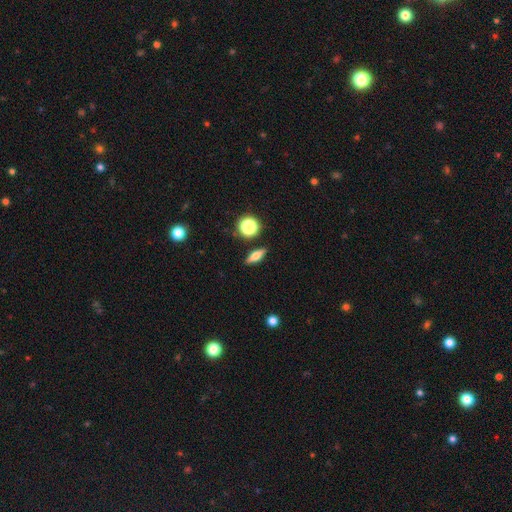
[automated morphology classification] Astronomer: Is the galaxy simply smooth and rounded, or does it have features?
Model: smooth — 54% (runner-up: featured or disk, 36%).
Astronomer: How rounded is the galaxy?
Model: in between — 44% (runner-up: cigar-shaped, 42%).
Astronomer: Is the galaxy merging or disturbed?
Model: none — 87%.